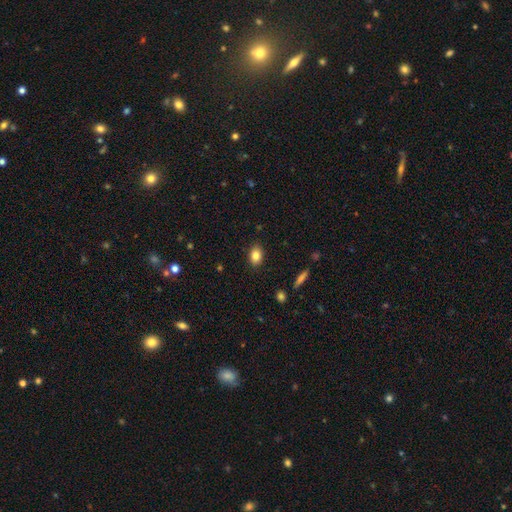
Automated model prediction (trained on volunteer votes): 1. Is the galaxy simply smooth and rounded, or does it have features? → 83% smooth, 9% star or artifact, 8% featured or disk.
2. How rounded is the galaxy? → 79% in between, 19% round, 2% cigar-shaped.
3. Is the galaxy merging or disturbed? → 87% none, 9% minor disturbance, 2% major disturbance, 1% merger.